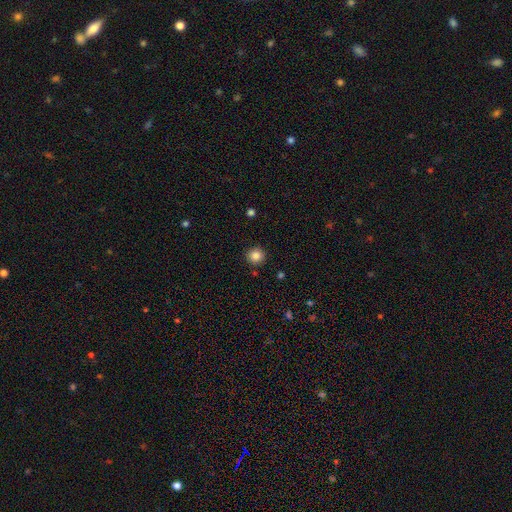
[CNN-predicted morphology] A smooth galaxy with no disk features (85%) that is round (94%).

Vote fractions:
- Smooth or featured? smooth: 85% / star or artifact: 11% / featured or disk: 5%
- How rounded? round: 94% / in between: 5% / cigar-shaped: 1%
- Merging? none: 91% / minor disturbance: 6% / major disturbance: 2% / merger: 2%